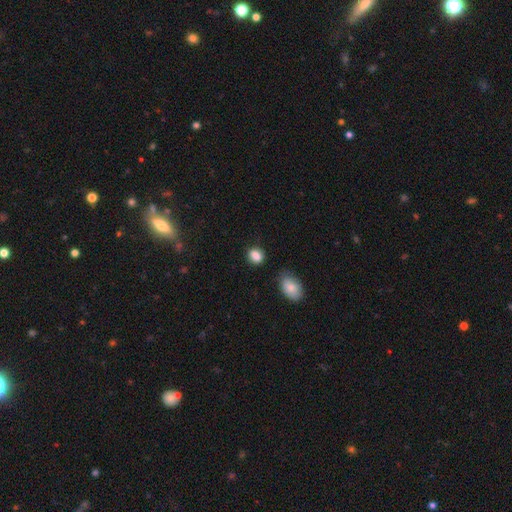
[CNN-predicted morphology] smooth-or-featured: smooth: 86% | star or artifact: 9% | featured or disk: 4%
  how-rounded: in between: 55% | round: 43% | cigar-shaped: 2%
  merging: none: 77% | minor disturbance: 15% | merger: 4% | major disturbance: 4%